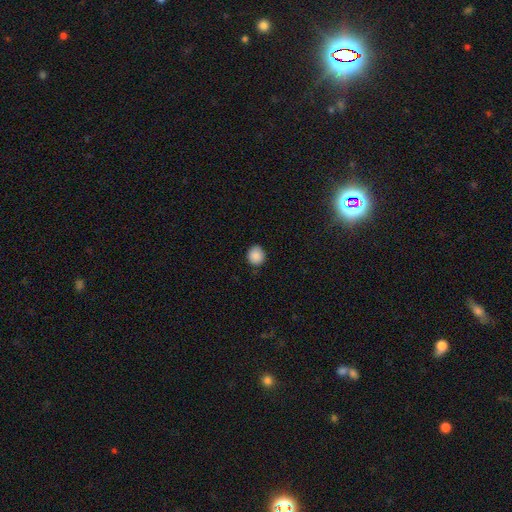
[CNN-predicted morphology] Smooth or featured?
  - smooth: 88% *
  - star or artifact: 9%
  - featured or disk: 3%
How rounded?
  - round: 86% *
  - in between: 13%
  - cigar-shaped: 1%
Merging?
  - none: 85% *
  - minor disturbance: 12%
  - major disturbance: 2%
  - merger: 1%